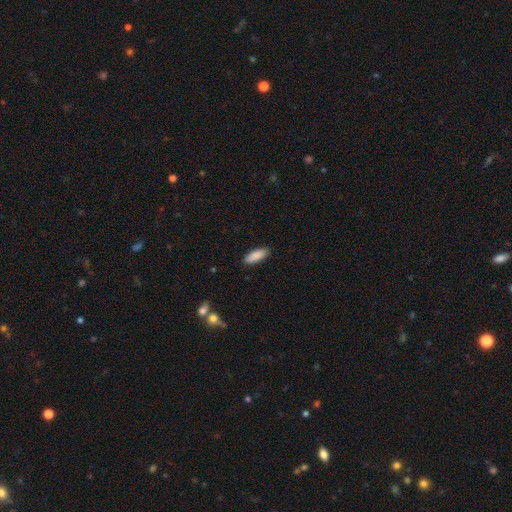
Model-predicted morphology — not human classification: This is clearly a smooth galaxy (89%). How rounded: likely in between (65%). Merging: clearly none (89%).